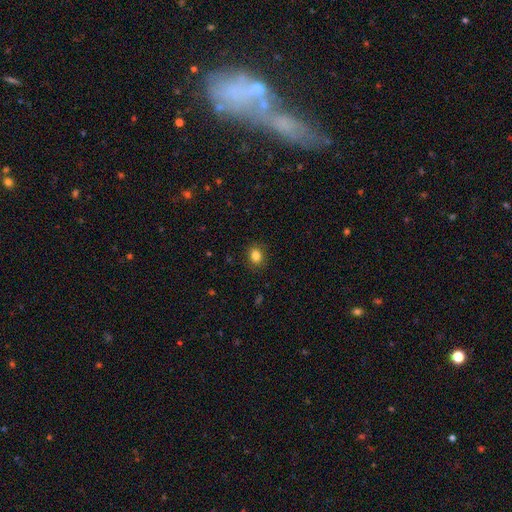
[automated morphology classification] Overall: smooth (84%). How rounded: round (60%; in between 39%). Merging: none (89%).